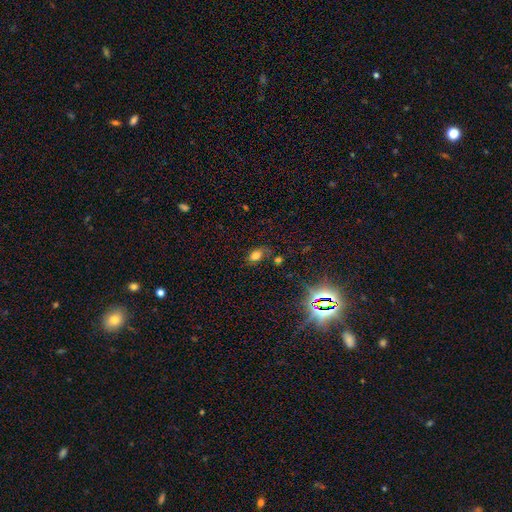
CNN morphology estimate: Q: Smooth or featured?
A: smooth (70%); runner-up: star or artifact (18%)
Q: How rounded?
A: in between (85%); runner-up: round (13%)
Q: Merging?
A: none (60%); runner-up: minor disturbance (23%)